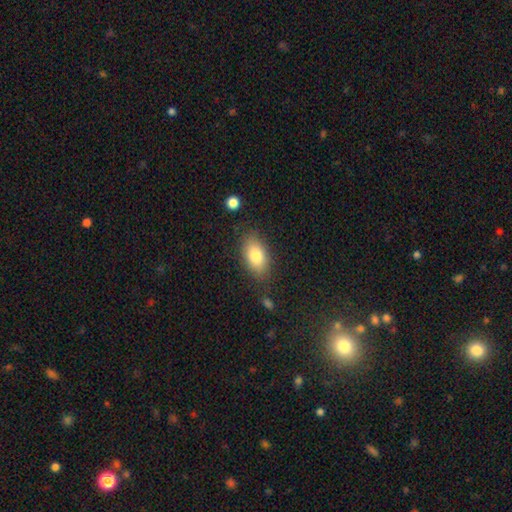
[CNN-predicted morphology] smooth 81%, featured or disk 12%, star or artifact 7%. Down the decision tree: how rounded — in between (89%); merging — none (80%).